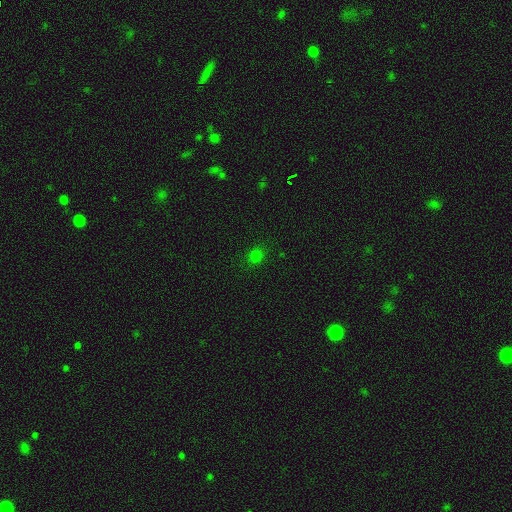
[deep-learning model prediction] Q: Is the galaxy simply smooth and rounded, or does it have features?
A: smooth — 75%.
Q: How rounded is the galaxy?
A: round — 82%.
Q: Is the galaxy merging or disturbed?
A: none — 88%.